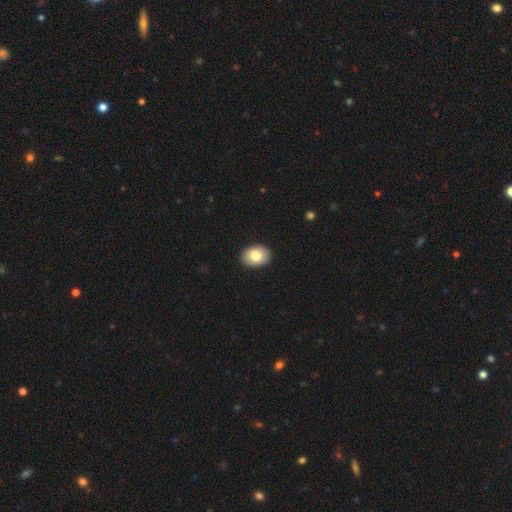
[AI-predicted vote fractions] smooth-or-featured: smooth: 81% | featured or disk: 12% | star or artifact: 7%
  how-rounded: in between: 76% | round: 23% | cigar-shaped: 1%
  merging: none: 90% | minor disturbance: 7% | major disturbance: 2% | merger: 1%